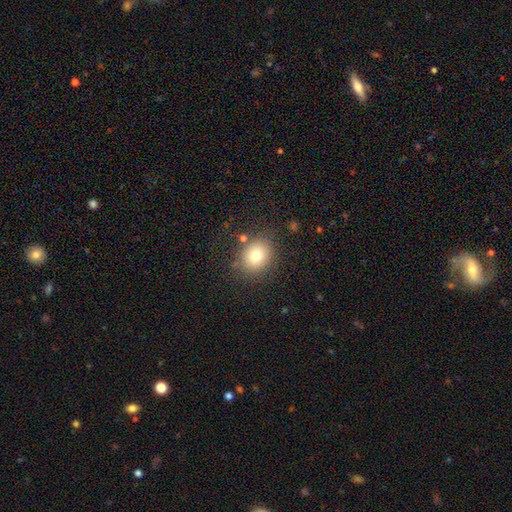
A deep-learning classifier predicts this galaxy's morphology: smooth-or-featured: smooth: 75% | star or artifact: 13% | featured or disk: 12%
  how-rounded: round: 70% | in between: 29% | cigar-shaped: 1%
  merging: none: 81% | minor disturbance: 11% | major disturbance: 4% | merger: 3%